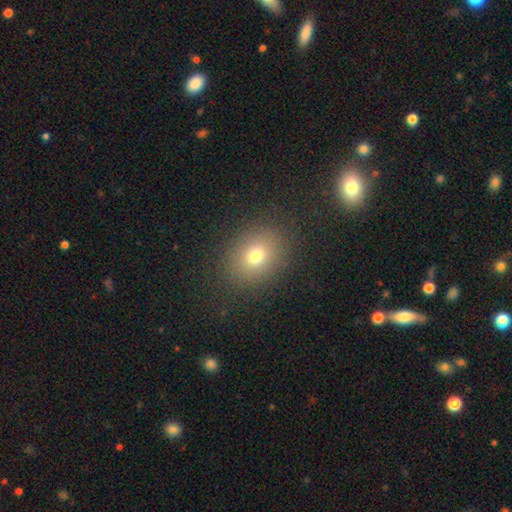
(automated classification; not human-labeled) A smooth galaxy with no disk features (74%) that is in between round and cigar-shaped (55%).

Vote fractions:
- Smooth or featured? smooth: 74% / star or artifact: 15% / featured or disk: 11%
- How rounded? in between: 55% / round: 44% / cigar-shaped: 1%
- Merging? none: 87% / minor disturbance: 8% / major disturbance: 4% / merger: 1%